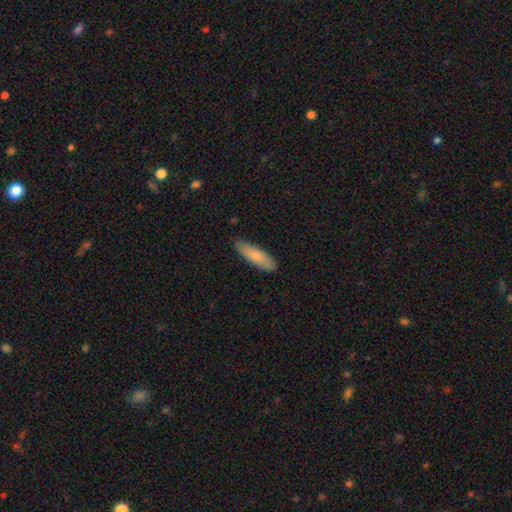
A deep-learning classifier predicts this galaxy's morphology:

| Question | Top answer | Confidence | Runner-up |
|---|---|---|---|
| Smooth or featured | smooth | 79% | featured or disk (15%) |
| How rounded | cigar-shaped | 65% | in between (34%) |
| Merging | none | 83% | minor disturbance (14%) |